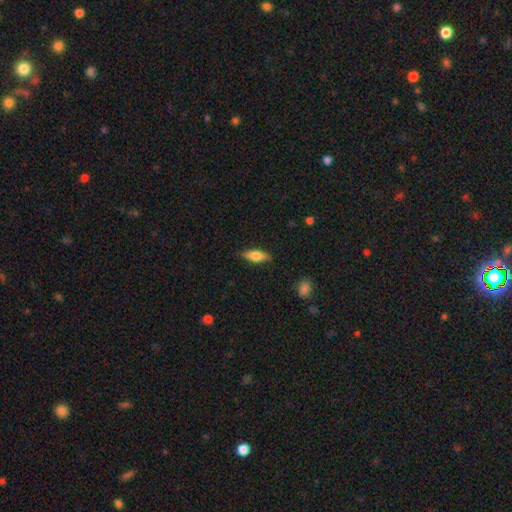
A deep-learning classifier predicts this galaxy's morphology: Smooth or featured?
  - smooth: 66% *
  - featured or disk: 27%
  - star or artifact: 7%
How rounded?
  - in between: 60% *
  - cigar-shaped: 37%
  - round: 3%
Merging?
  - none: 85% *
  - minor disturbance: 11%
  - major disturbance: 2%
  - merger: 1%